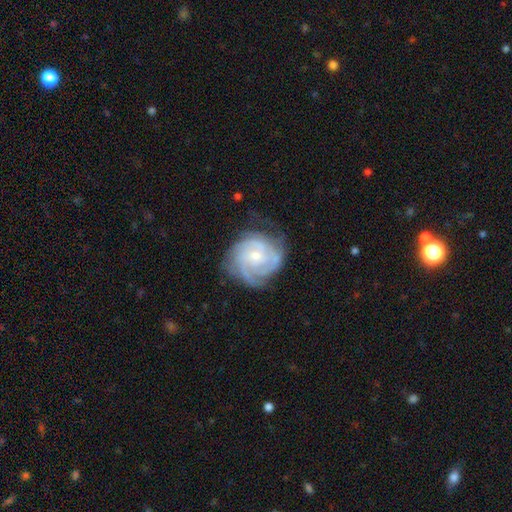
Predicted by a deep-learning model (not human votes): Smooth or featured? featured or disk (84%)
Edge-on disk? no (98%)
Bar? no (71%)
Spiral arms? yes (96%)
Spiral winding? tight (66%)
Spiral arm count? 3 (31%)
Bulge size? small (67%)
Merging? none (66%)